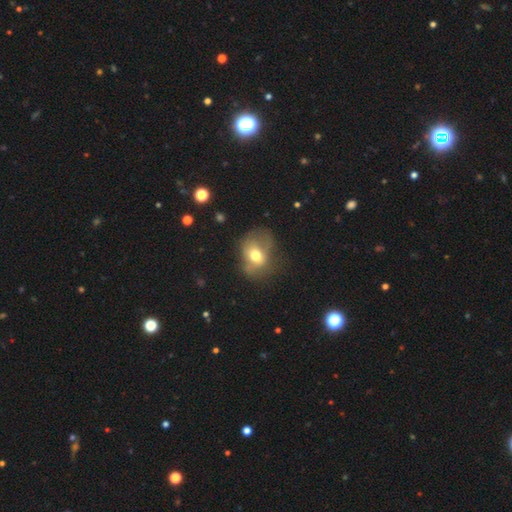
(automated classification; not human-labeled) The model was most divided on "how rounded": in between: 53%, round: 46%, cigar-shaped: 1%. Remaining: smooth or featured — smooth (61%); merging — none (39%).